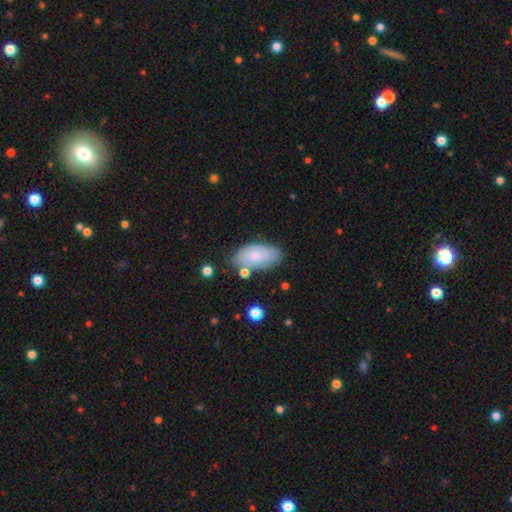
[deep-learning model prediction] Q: Smooth or featured?
A: smooth (68%); runner-up: featured or disk (25%)
Q: How rounded?
A: in between (93%); runner-up: cigar-shaped (4%)
Q: Merging?
A: none (66%); runner-up: minor disturbance (22%)